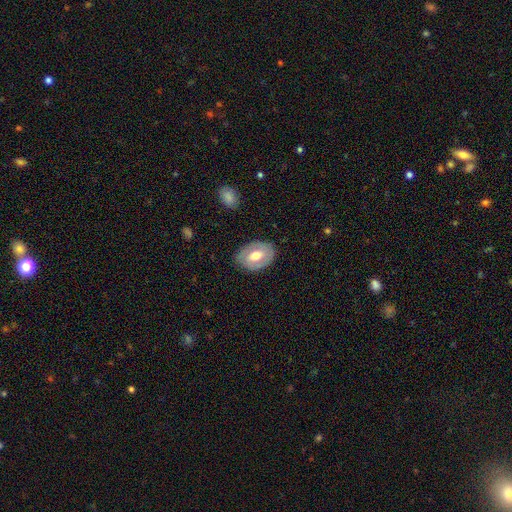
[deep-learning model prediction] Morphology: type=featured or disk (49%); merging=none (81%).